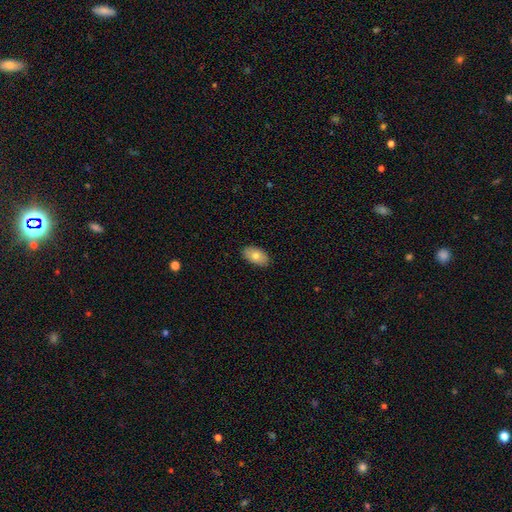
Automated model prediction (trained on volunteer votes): smooth-or-featured: smooth: 76% | featured or disk: 17% | star or artifact: 7%
  how-rounded: in between: 93% | round: 5% | cigar-shaped: 2%
  merging: none: 88% | minor disturbance: 9% | major disturbance: 2% | merger: 1%